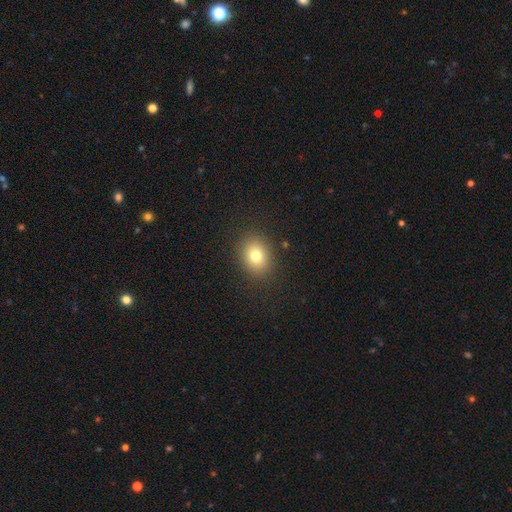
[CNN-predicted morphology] smooth-or-featured: smooth: 78% | star or artifact: 12% | featured or disk: 10%
  how-rounded: round: 53% | in between: 46% | cigar-shaped: 1%
  merging: none: 88% | minor disturbance: 8% | major disturbance: 3% | merger: 1%